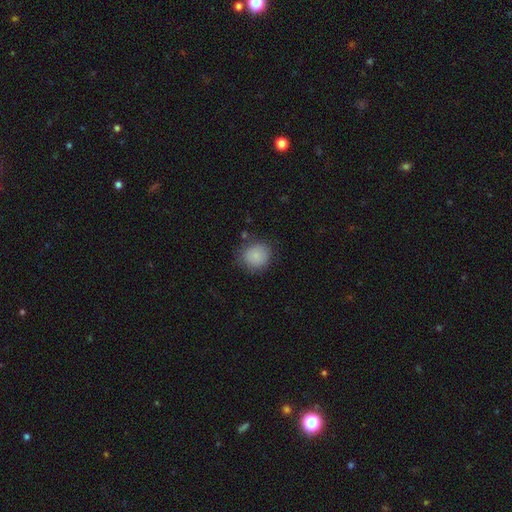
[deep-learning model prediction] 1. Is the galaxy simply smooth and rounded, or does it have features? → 86% smooth, 8% star or artifact, 6% featured or disk.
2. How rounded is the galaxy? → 87% round, 12% in between, 1% cigar-shaped.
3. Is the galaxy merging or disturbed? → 80% none, 14% minor disturbance, 4% major disturbance, 2% merger.